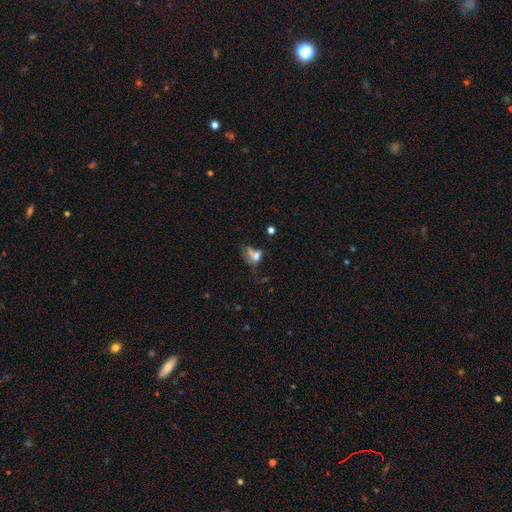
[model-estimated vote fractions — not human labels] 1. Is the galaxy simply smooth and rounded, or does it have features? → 57% smooth, 23% featured or disk, 20% star or artifact.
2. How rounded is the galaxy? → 62% in between, 31% round, 6% cigar-shaped.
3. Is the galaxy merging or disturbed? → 32% major disturbance, 27% none, 24% merger, 17% minor disturbance.